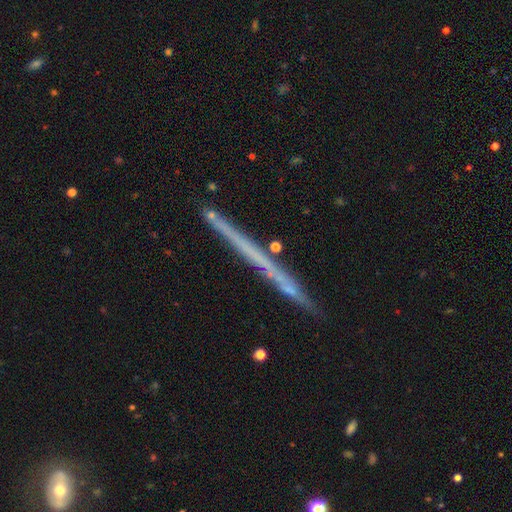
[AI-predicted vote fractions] This is possibly a featured or disk galaxy (59%). It is clearly viewed edge-on (97%). Edge-on bulge: clearly none (93%). Merging: clearly none (89%).